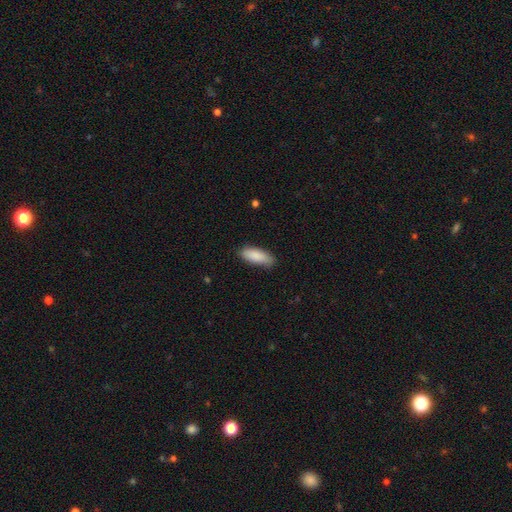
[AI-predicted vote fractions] Smooth or featured? smooth (88%)
How rounded? in between (71%)
Merging? none (82%)